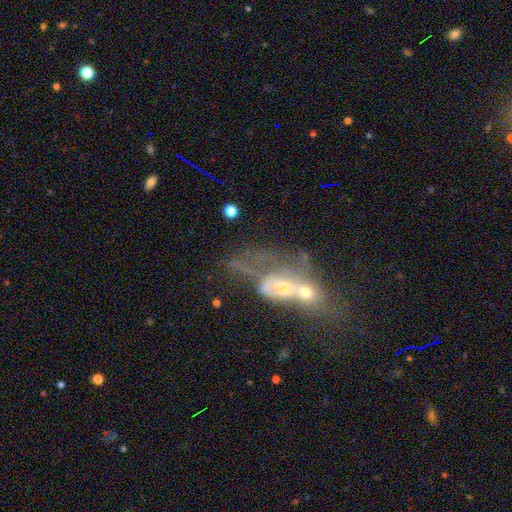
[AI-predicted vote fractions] featured or disk 54%, smooth 29%, star or artifact 18%. Down the decision tree: edge-on disk — no (87%); merging — merger (66%).